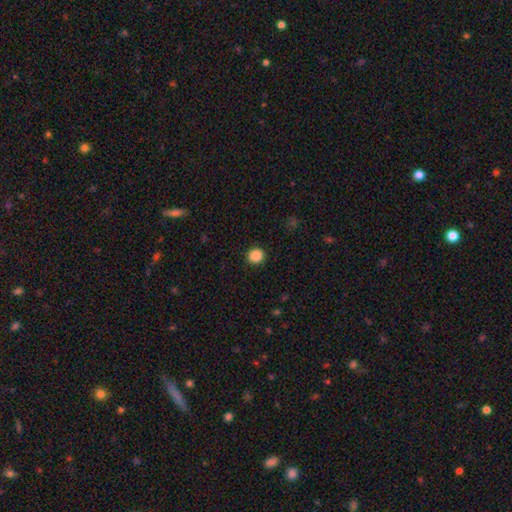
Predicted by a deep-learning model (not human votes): Morphology: type=smooth (88%); roundness=round (90%); merging=none (92%).